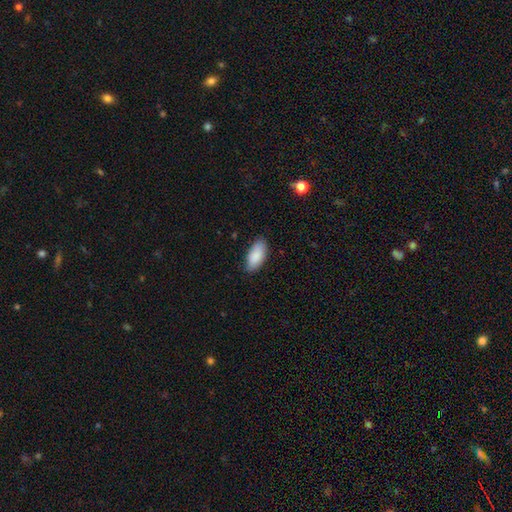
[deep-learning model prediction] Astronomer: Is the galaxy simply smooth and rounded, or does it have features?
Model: smooth — 88%.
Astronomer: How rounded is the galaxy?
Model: in between — 91%.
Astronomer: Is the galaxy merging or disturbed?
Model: none — 79%.